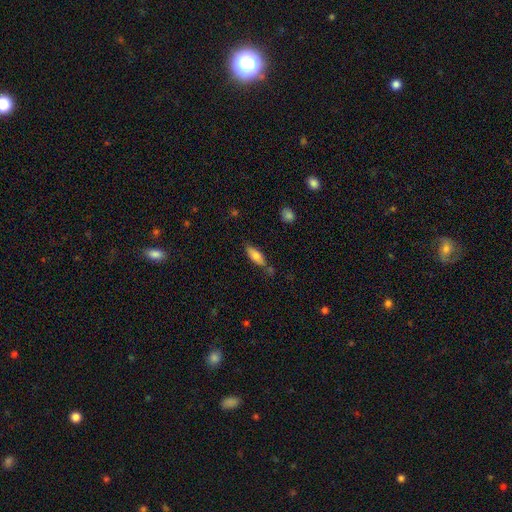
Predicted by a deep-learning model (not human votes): This is likely a smooth galaxy (73%). How rounded: likely in between (68%). Merging: likely none (70%).